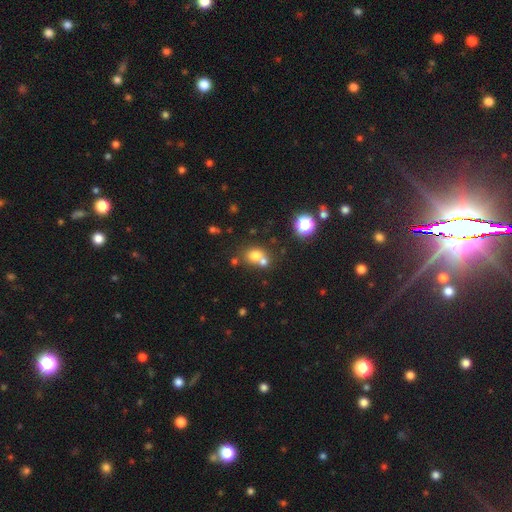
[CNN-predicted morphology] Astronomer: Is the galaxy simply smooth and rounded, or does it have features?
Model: smooth — 70%.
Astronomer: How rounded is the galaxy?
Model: round — 70%.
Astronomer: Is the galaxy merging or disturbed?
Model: merger — 48% (runner-up: none, 41%).